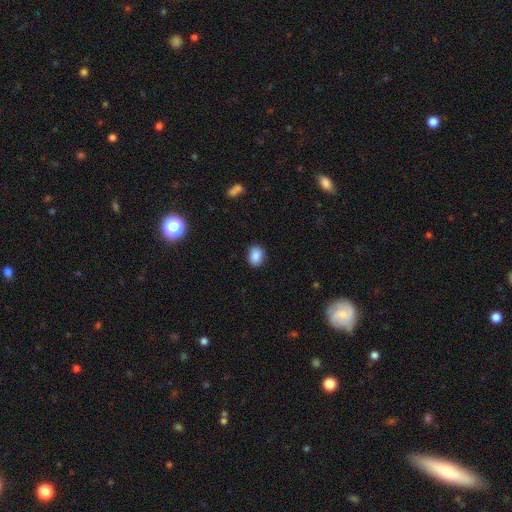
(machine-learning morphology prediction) Smooth or featured? smooth (87%)
How rounded? in between (54%)
Merging? none (88%)